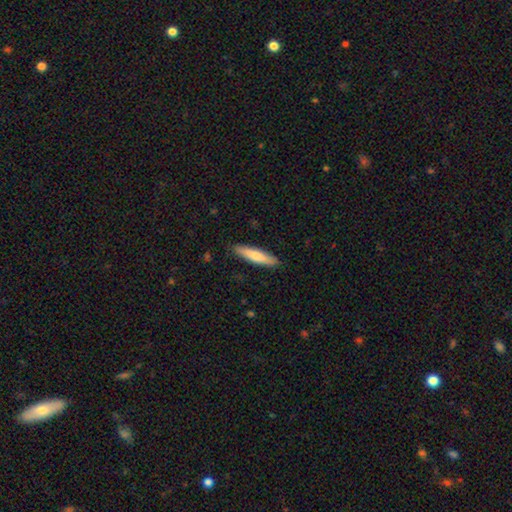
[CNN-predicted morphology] Smooth or featured? smooth (71%)
How rounded? cigar-shaped (83%)
Merging? none (89%)